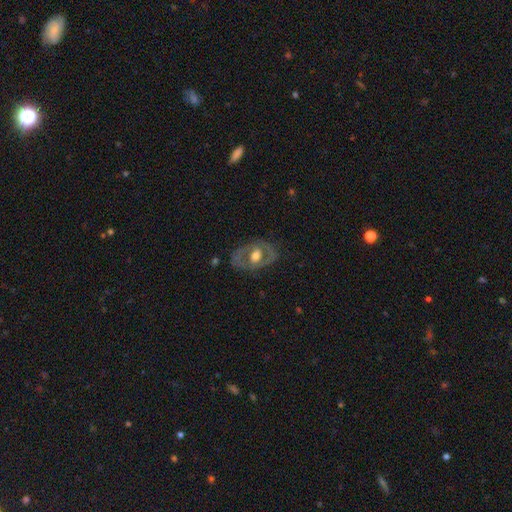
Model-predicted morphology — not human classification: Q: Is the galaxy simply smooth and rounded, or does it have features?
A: featured or disk — 66%.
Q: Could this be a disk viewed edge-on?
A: no — 93%.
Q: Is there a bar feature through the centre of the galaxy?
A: no — 65%.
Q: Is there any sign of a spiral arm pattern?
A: no — 66%.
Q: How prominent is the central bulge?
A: moderate — 63%.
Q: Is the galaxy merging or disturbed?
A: none — 70%.